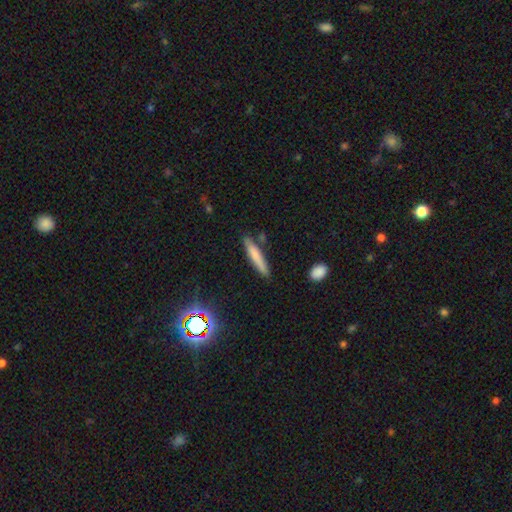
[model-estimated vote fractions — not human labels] Smooth or featured: smooth — 72% (featured or disk — 20%)
How rounded: cigar-shaped — 91% (in between — 8%)
Merging: none — 81% (minor disturbance — 13%)